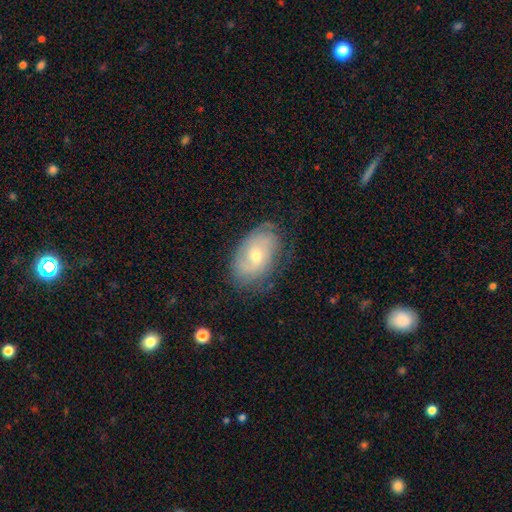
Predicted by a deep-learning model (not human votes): Smooth or featured: featured or disk — 58% (smooth — 34%)
Edge-on disk: no — 94% (yes — 6%)
Bar: no — 66% (weak — 30%)
Spiral arms: yes — 78% (no — 22%)
Bulge size: moderate — 55% (small — 41%)
Merging: none — 70% (minor disturbance — 22%)